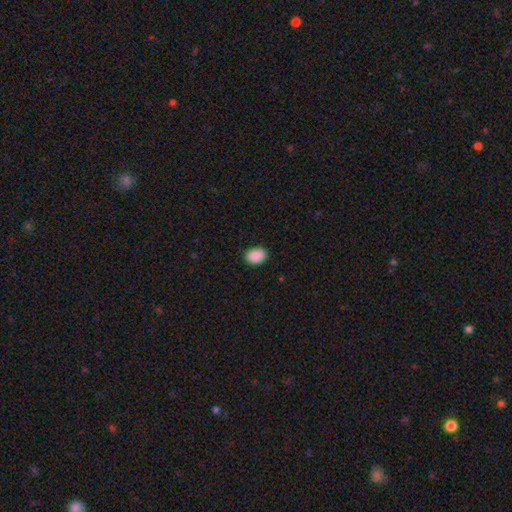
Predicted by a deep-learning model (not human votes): A smooth galaxy with no disk features (90%) that is in between round and cigar-shaped (77%).

Vote fractions:
- Smooth or featured? smooth: 90% / star or artifact: 7% / featured or disk: 2%
- How rounded? in between: 77% / round: 22% / cigar-shaped: 1%
- Merging? none: 87% / minor disturbance: 10% / major disturbance: 2% / merger: 1%